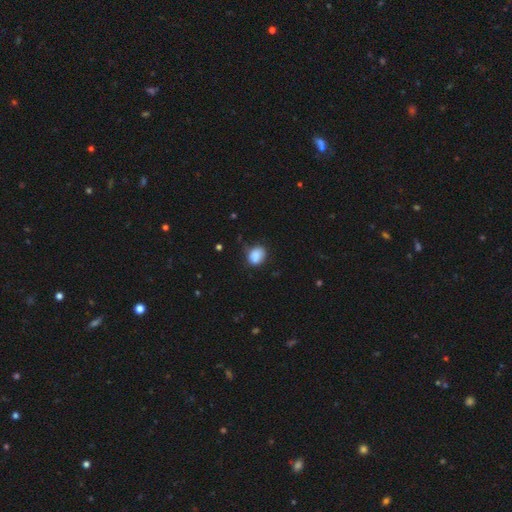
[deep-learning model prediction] A smooth galaxy with no disk features (85%) that is round (50%). Merging: none (67%).